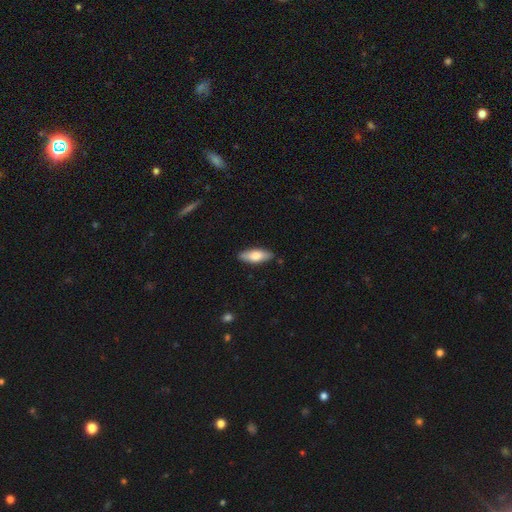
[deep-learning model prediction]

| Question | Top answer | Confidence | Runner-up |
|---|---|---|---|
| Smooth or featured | smooth | 72% | featured or disk (22%) |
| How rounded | in between | 70% | cigar-shaped (28%) |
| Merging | none | 87% | minor disturbance (10%) |